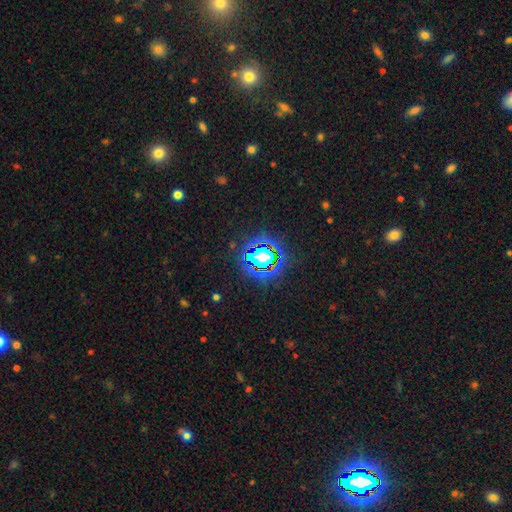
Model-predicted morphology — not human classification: Smooth or featured: star or artifact — 78% (smooth — 14%)